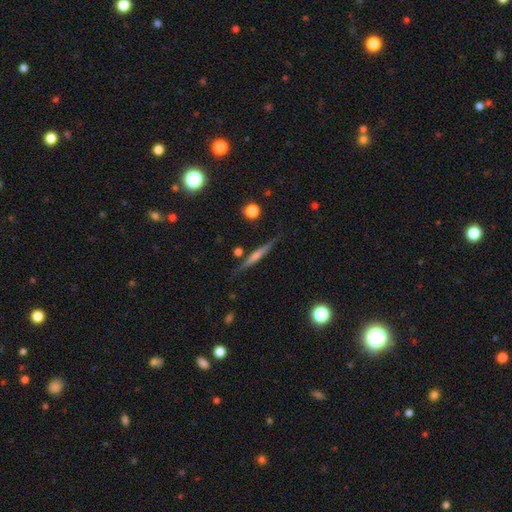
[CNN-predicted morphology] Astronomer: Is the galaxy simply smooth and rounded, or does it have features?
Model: featured or disk — 63%.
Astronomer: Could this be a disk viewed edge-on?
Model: yes — 97%.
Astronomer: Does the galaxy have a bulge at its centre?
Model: rounded — 47% (runner-up: none, 38%).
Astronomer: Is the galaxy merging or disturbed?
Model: none — 85%.